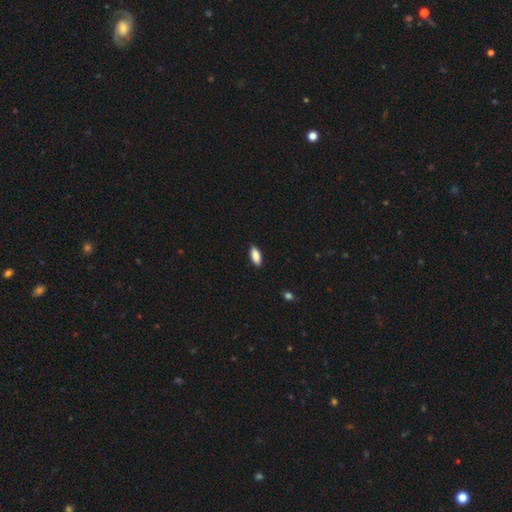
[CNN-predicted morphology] Smooth or featured? smooth (88%)
How rounded? in between (83%)
Merging? none (88%)